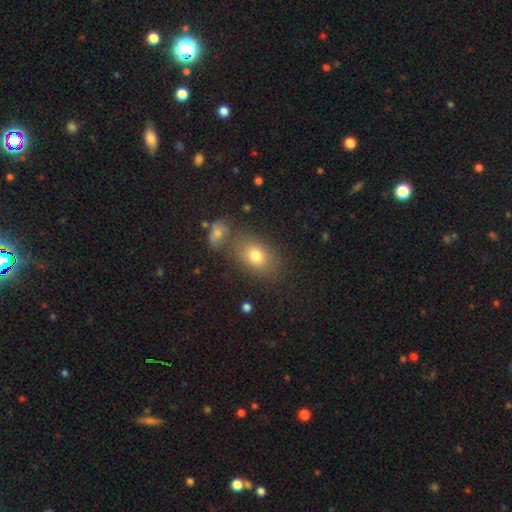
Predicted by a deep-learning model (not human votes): Overall: smooth (77%). How rounded: in between (79%). Merging: none (69%).